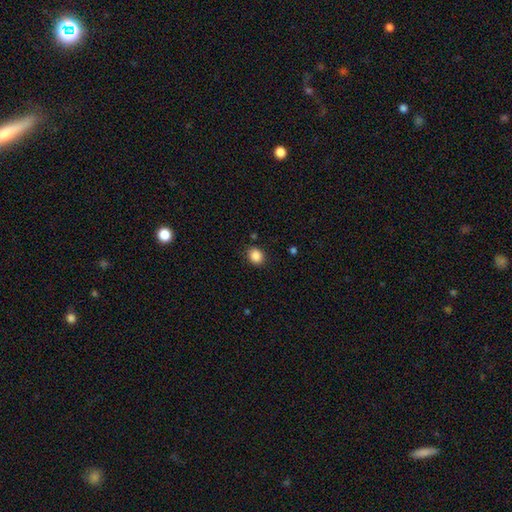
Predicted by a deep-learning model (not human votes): The model was most divided on "how rounded": round: 64%, in between: 35%, cigar-shaped: 1%. More confident: smooth or featured — smooth (87%); merging — none (86%).